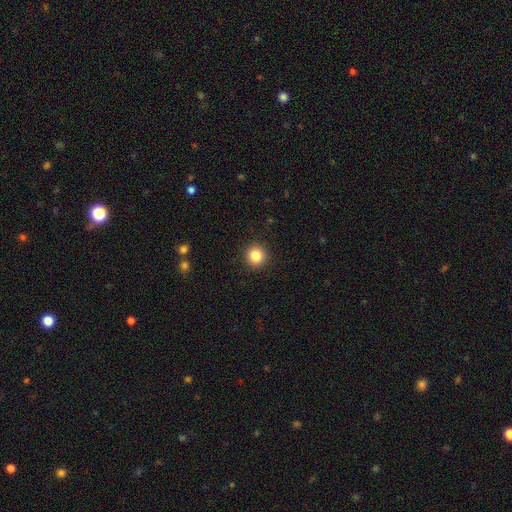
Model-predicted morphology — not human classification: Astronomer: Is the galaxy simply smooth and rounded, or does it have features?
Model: smooth — 83%.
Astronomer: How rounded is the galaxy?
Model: round — 93%.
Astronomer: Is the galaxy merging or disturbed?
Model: none — 92%.